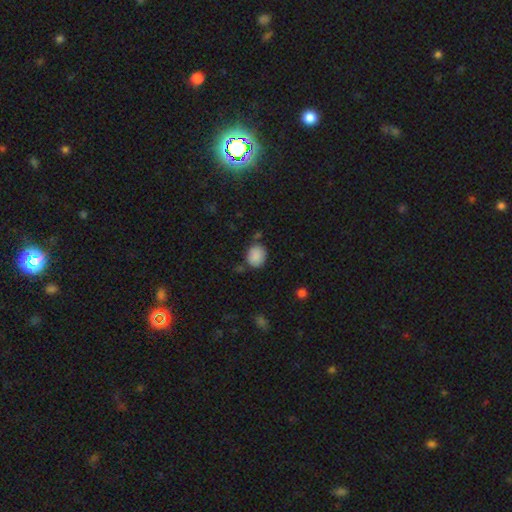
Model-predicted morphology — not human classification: Smooth or featured?
  - smooth: 88% *
  - star or artifact: 9%
  - featured or disk: 4%
How rounded?
  - round: 55% *
  - in between: 45%
  - cigar-shaped: 1%
Merging?
  - none: 75% *
  - minor disturbance: 16%
  - merger: 6%
  - major disturbance: 4%